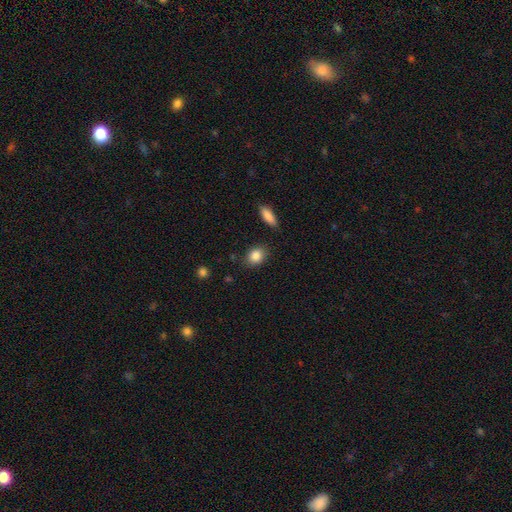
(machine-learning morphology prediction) Smooth or featured: smooth — 86% (star or artifact — 8%)
How rounded: in between — 56% (round — 42%)
Merging: none — 84% (minor disturbance — 12%)